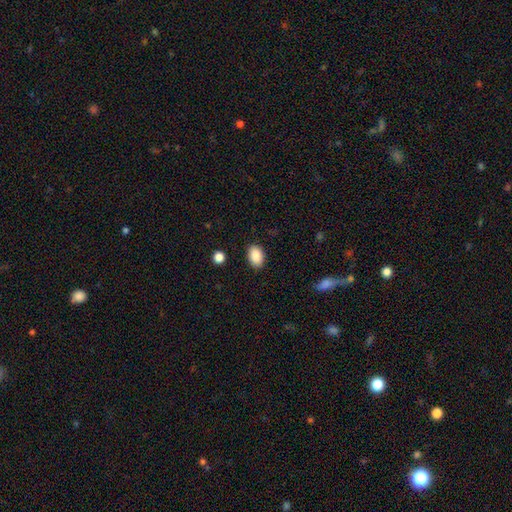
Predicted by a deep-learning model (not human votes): A smooth galaxy with no disk features (89%) that is in between round and cigar-shaped (87%). Merging: none (88%).